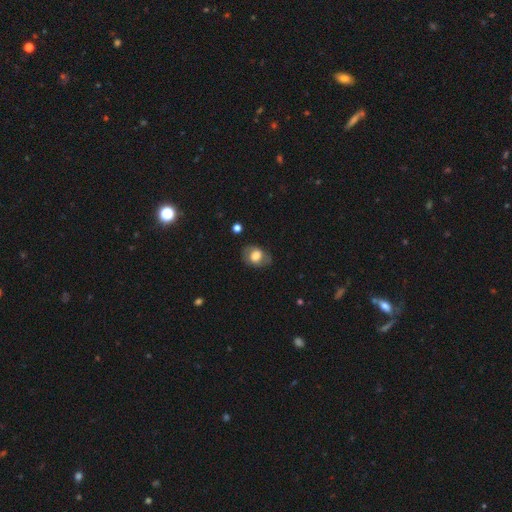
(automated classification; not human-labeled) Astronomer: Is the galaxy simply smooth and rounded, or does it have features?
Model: smooth — 63%.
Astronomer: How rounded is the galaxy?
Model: in between — 64%.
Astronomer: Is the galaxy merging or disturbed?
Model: none — 72%.